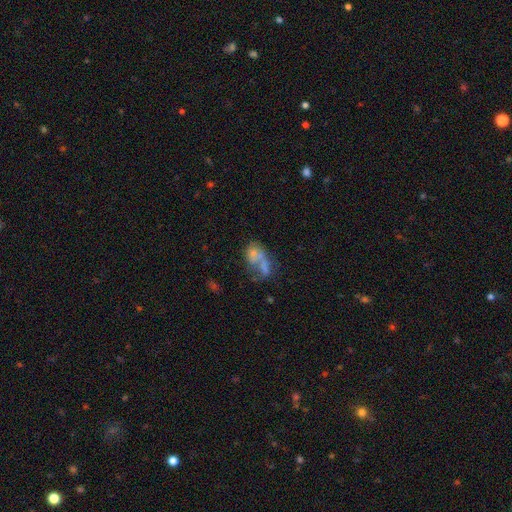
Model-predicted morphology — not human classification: Overall: smooth (55%; featured or disk 33%). How rounded: in between (72%). Merging: merger (54%; none 19%).